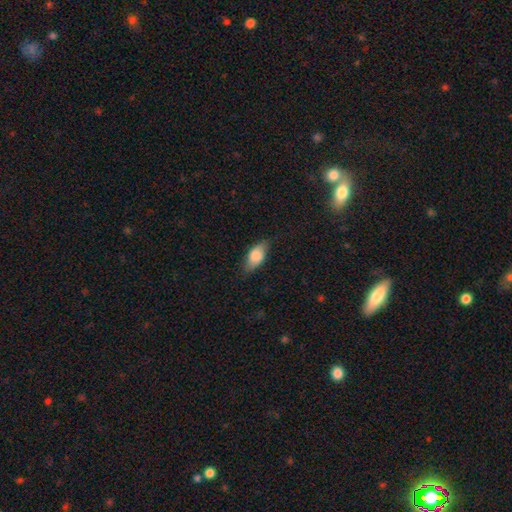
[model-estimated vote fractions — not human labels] Smooth or featured? smooth (75%)
How rounded? in between (86%)
Merging? none (76%)